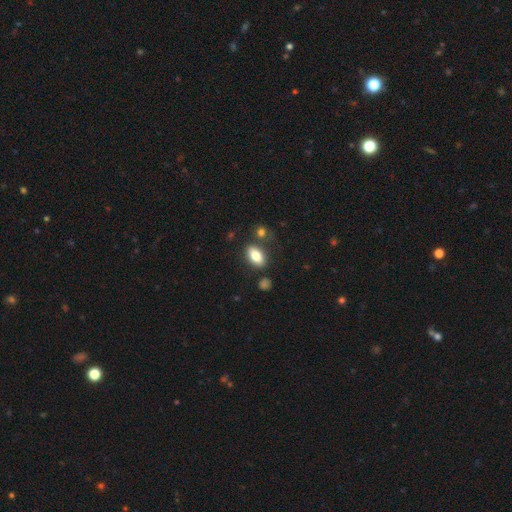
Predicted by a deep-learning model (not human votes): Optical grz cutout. It shows a smooth galaxy with no disk features (81%) that is in between round and cigar-shaped (90%). Merging: none (77%).